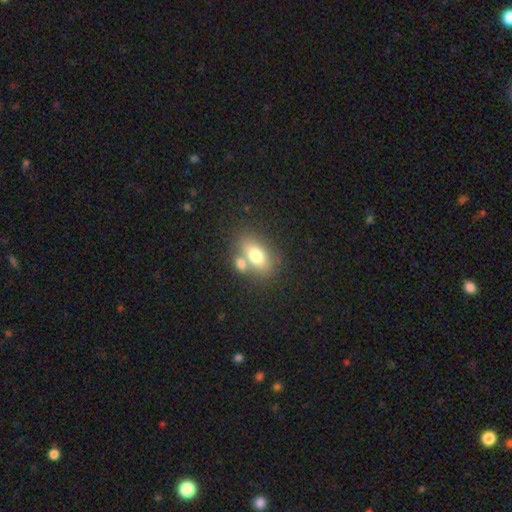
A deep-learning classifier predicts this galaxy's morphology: smooth 72%, featured or disk 19%, star or artifact 9%. Down the decision tree: how rounded — in between (82%); merging — none (50%).